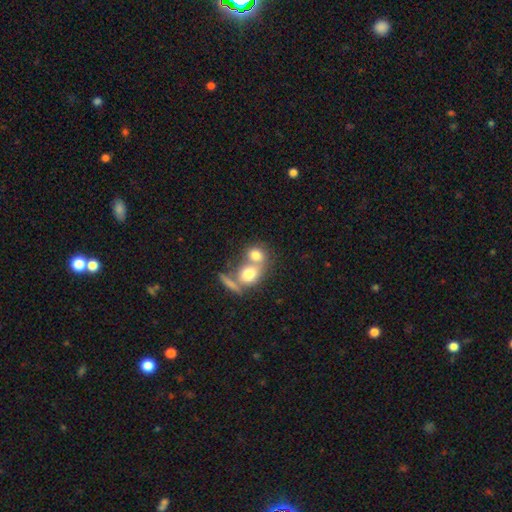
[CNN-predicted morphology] A smooth galaxy with no disk features (49%). Merging: merger (62%).